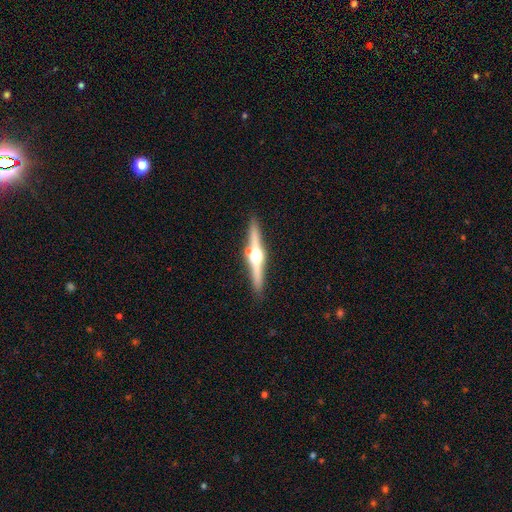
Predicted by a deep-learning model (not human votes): Overall: featured or disk (78%). Edge-on disk: yes (98%). Edge-on bulge: rounded (96%). Merging: none (86%).